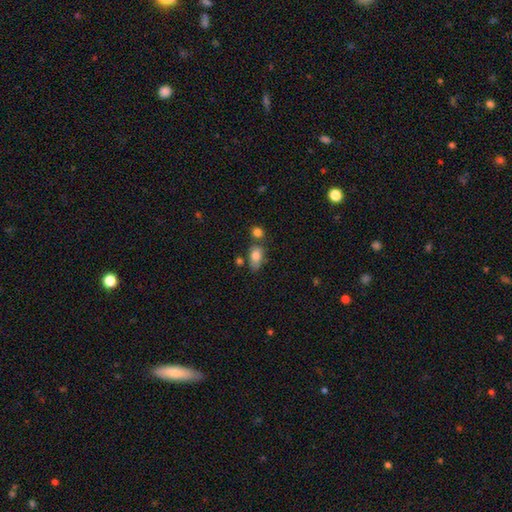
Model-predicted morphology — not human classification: This is likely a smooth galaxy (79%). How rounded: clearly in between (83%). Merging: possibly none (48%).